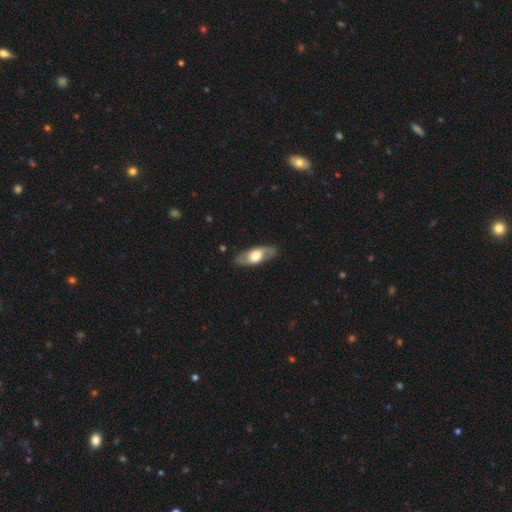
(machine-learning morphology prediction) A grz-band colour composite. It shows a featured or disk galaxy (54%). Merging: none (84%).